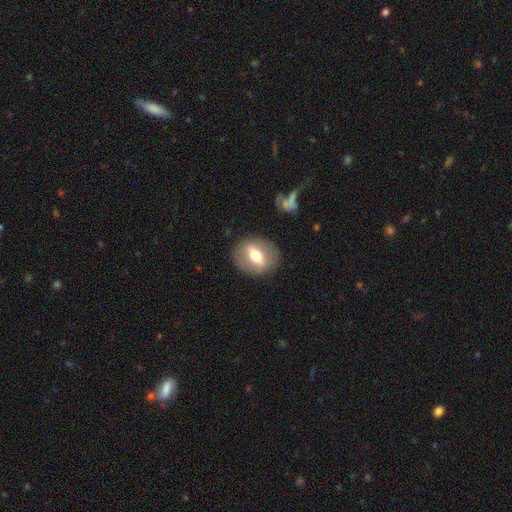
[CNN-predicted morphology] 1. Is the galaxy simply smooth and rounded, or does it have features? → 48% smooth, 45% featured or disk, 7% star or artifact.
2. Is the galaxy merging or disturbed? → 85% none, 10% minor disturbance, 4% major disturbance, 1% merger.